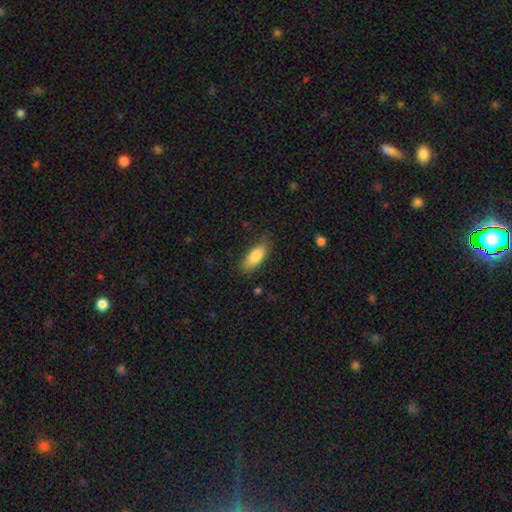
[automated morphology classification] Overall: smooth (82%). How rounded: in between (78%). Merging: none (78%).